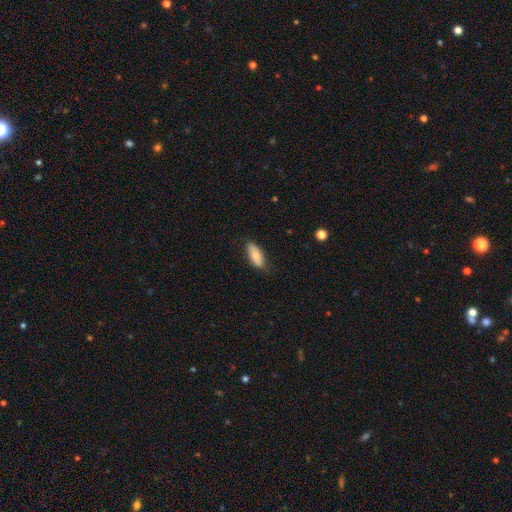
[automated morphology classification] Q: Smooth or featured?
A: smooth (77%); runner-up: featured or disk (16%)
Q: How rounded?
A: in between (80%); runner-up: cigar-shaped (18%)
Q: Merging?
A: none (78%); runner-up: minor disturbance (18%)